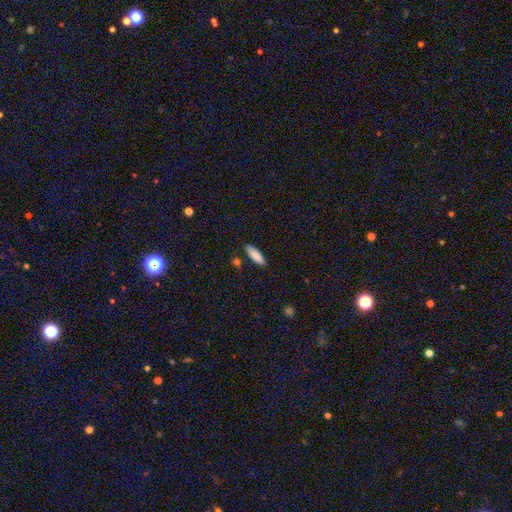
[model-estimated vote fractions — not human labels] A smooth galaxy with no disk features (84%) that is in between round and cigar-shaped (53%). Merging: none (85%).